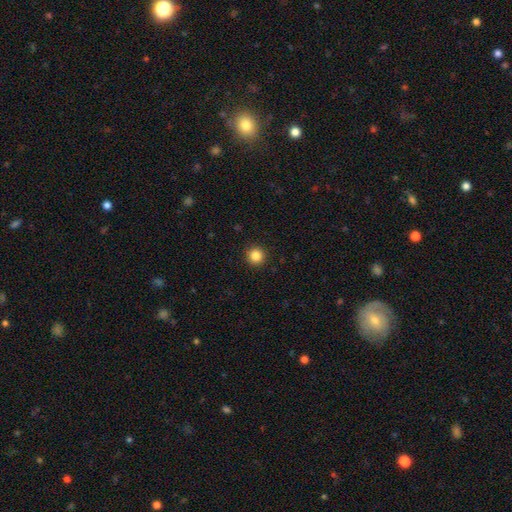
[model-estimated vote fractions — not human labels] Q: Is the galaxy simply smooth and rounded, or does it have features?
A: smooth — 85%.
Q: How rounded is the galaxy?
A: round — 95%.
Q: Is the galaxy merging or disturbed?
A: none — 93%.